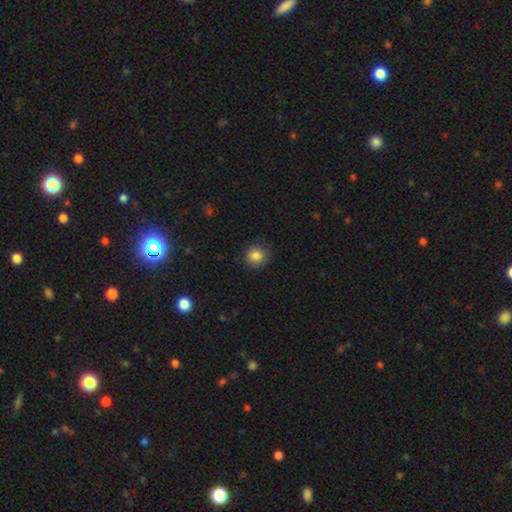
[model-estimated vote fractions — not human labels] Smooth or featured?
  - smooth: 85% *
  - star or artifact: 10%
  - featured or disk: 5%
How rounded?
  - round: 90% *
  - in between: 9%
  - cigar-shaped: 1%
Merging?
  - none: 85% *
  - minor disturbance: 11%
  - major disturbance: 3%
  - merger: 1%